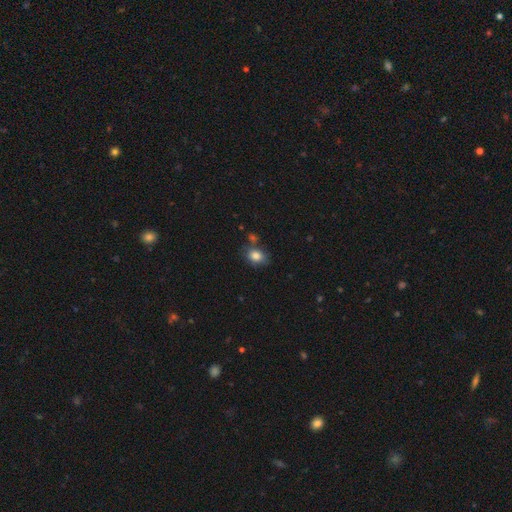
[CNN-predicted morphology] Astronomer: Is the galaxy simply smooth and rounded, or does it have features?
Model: smooth — 84%.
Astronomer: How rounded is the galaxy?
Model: in between — 61% (runner-up: round, 38%).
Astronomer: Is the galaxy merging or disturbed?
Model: none — 68%.